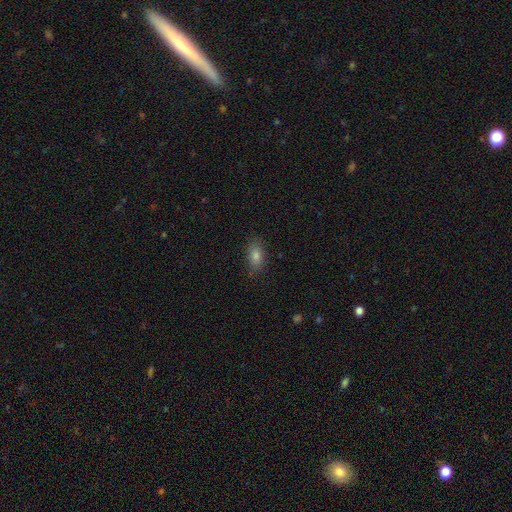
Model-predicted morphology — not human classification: smooth 78%, star or artifact 13%, featured or disk 10%. Down the decision tree: how rounded — in between (85%); merging — none (82%).